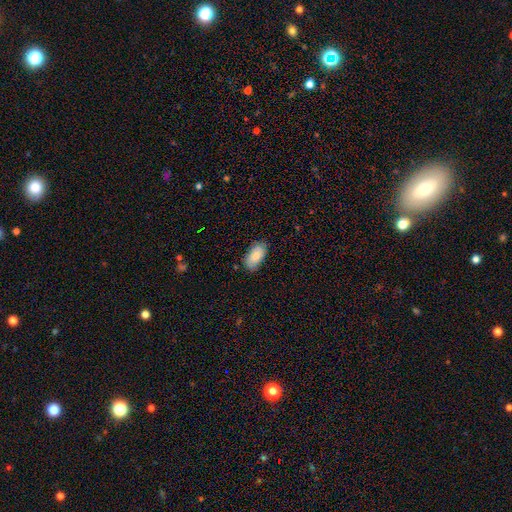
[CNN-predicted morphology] Smooth or featured?
  - smooth: 79% *
  - featured or disk: 14%
  - star or artifact: 7%
How rounded?
  - in between: 94% *
  - round: 3%
  - cigar-shaped: 3%
Merging?
  - none: 80% *
  - minor disturbance: 16%
  - major disturbance: 3%
  - merger: 1%